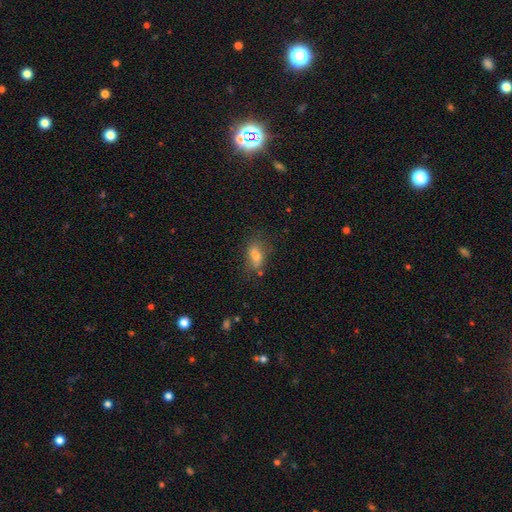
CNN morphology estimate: Smooth or featured: smooth — 64% (featured or disk — 24%)
How rounded: in between — 77% (round — 13%)
Merging: none — 61% (minor disturbance — 23%)